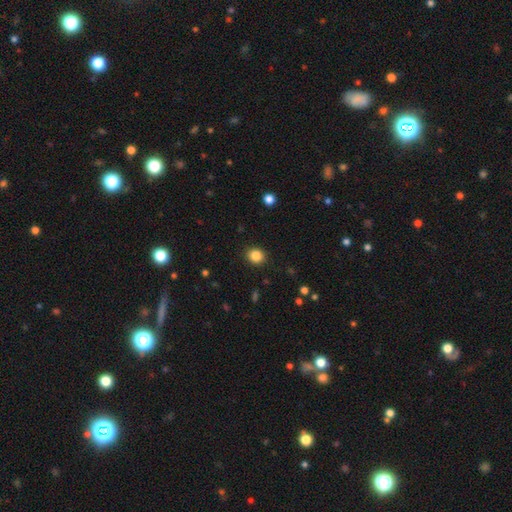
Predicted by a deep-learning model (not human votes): Morphology: type=smooth (85%); roundness=round (79%); merging=none (91%).